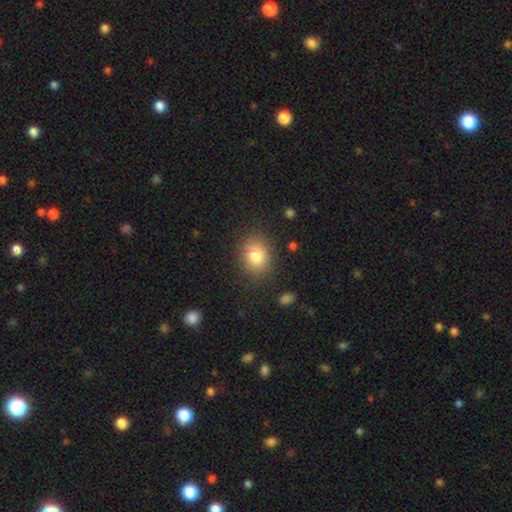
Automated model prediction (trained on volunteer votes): This is clearly a smooth galaxy (81%). How rounded: possibly round (53%). Merging: clearly none (85%).